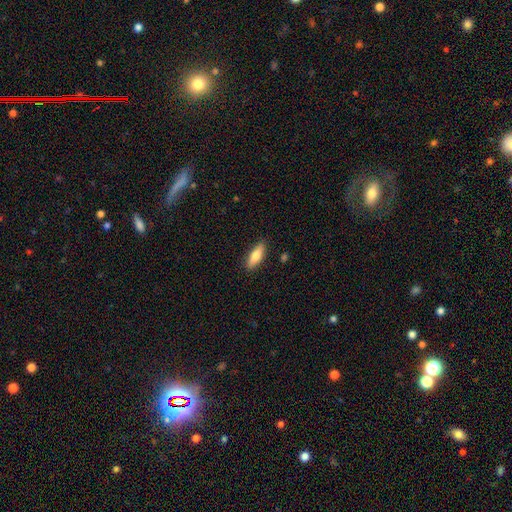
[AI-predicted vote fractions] Smooth or featured? smooth (75%)
How rounded? in between (54%)
Merging? none (88%)